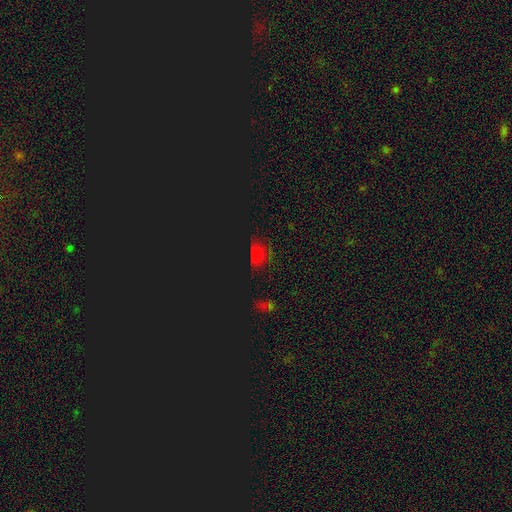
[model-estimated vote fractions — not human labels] A star or artifact, not a galaxy (65%).

Vote fractions:
- Smooth or featured? star or artifact: 65% / smooth: 28% / featured or disk: 7%